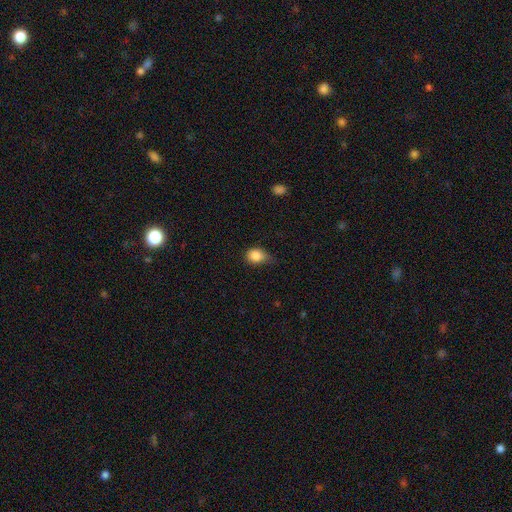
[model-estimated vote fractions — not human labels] A smooth galaxy with no disk features (84%) that is round (49%, tied with in between). Merging: none (44%).